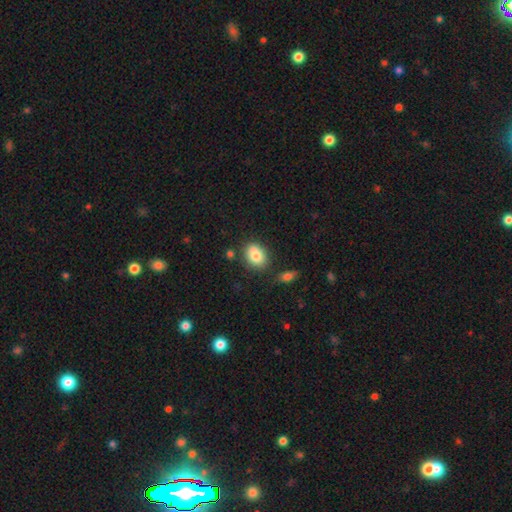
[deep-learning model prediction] Smooth or featured? smooth (81%)
How rounded? in between (63%)
Merging? none (72%)